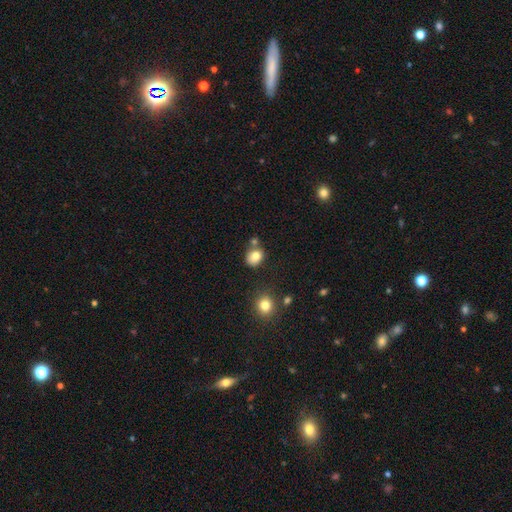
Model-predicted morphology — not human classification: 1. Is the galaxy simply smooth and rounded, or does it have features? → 81% smooth, 11% star or artifact, 8% featured or disk.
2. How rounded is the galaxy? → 53% round, 46% in between, 1% cigar-shaped.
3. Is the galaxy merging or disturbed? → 67% none, 15% merger, 15% minor disturbance, 4% major disturbance.